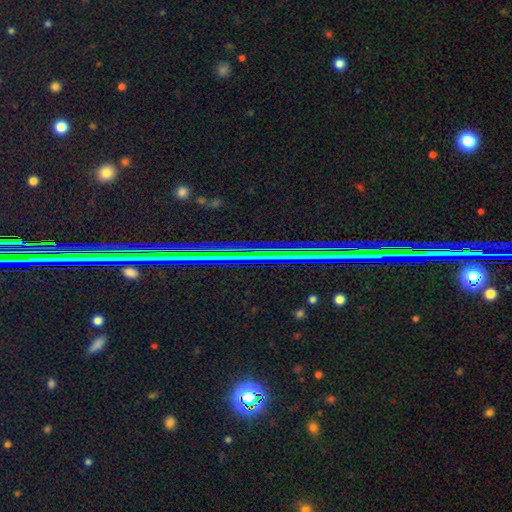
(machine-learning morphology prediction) smooth_or_featured: star or artifact (p=0.78) [alt: featured or disk p=0.14]